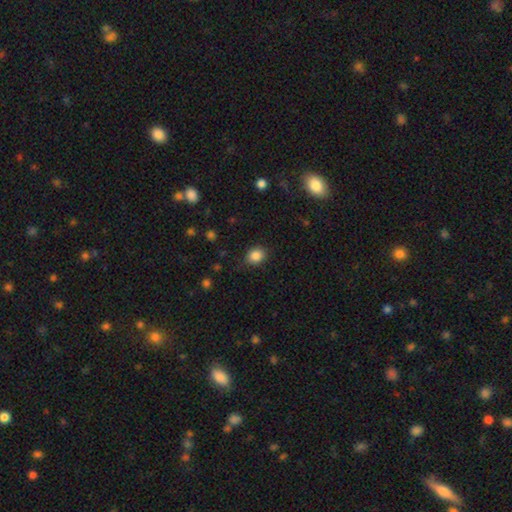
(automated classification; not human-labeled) The model was most divided on "how rounded": round: 56%, in between: 43%, cigar-shaped: 1%. More confident: smooth or featured — smooth (86%); merging — none (84%).